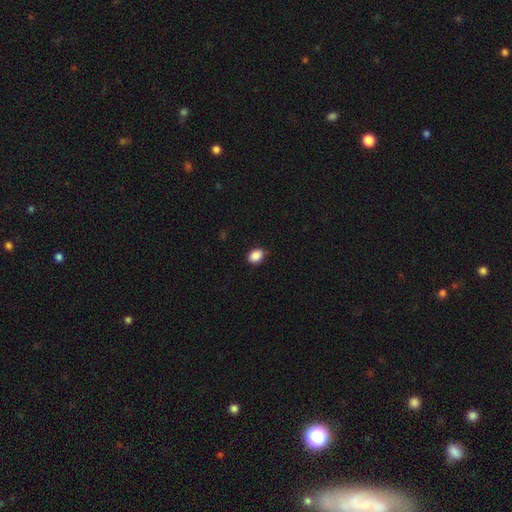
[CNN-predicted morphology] Smooth or featured? smooth (89%)
How rounded? in between (71%)
Merging? none (81%)